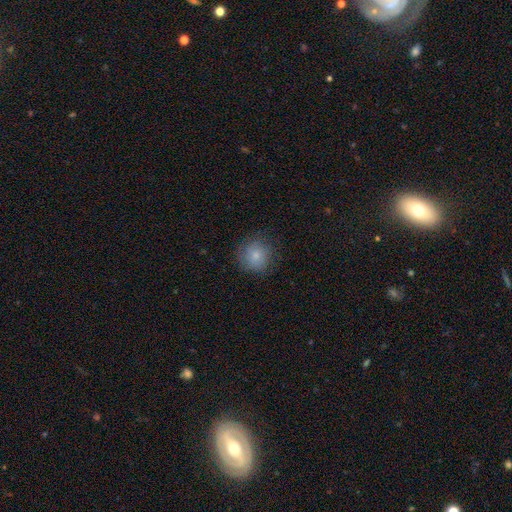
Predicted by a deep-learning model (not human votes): Smooth or featured? smooth (82%)
How rounded? round (93%)
Merging? none (83%)